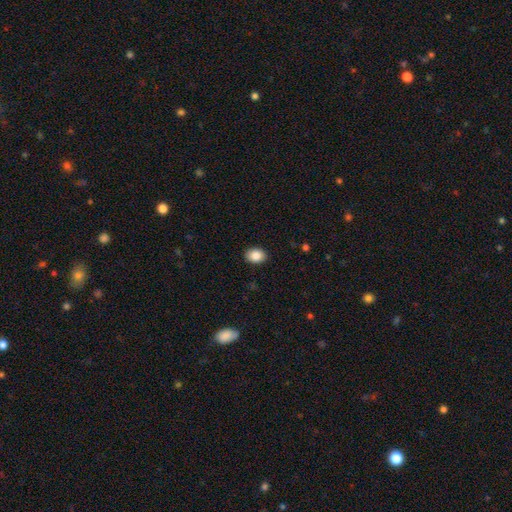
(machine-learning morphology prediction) Q: Smooth or featured?
A: smooth (86%); runner-up: star or artifact (8%)
Q: How rounded?
A: in between (64%); runner-up: round (35%)
Q: Merging?
A: none (90%); runner-up: minor disturbance (7%)